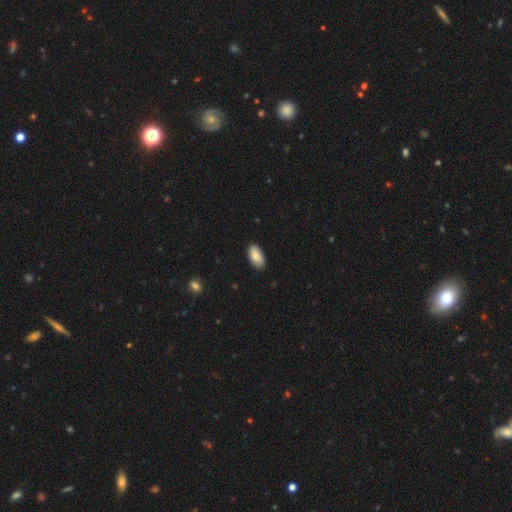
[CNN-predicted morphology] smooth-or-featured: smooth: 87% | featured or disk: 7% | star or artifact: 6%
  how-rounded: in between: 94% | cigar-shaped: 3% | round: 2%
  merging: none: 87% | minor disturbance: 10% | major disturbance: 2% | merger: 1%